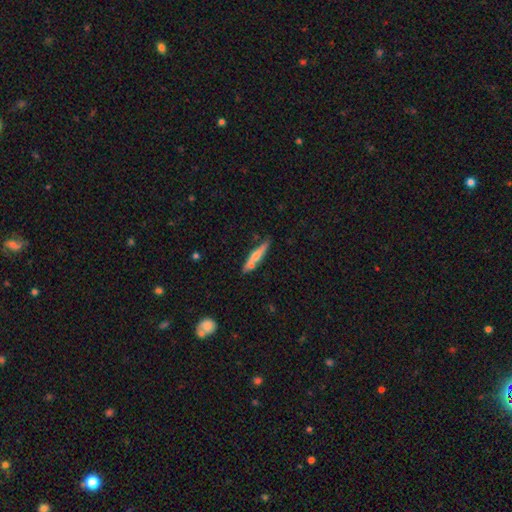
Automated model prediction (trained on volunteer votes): Morphology: type=smooth (55%); roundness=cigar-shaped (90%); merging=none (71%).